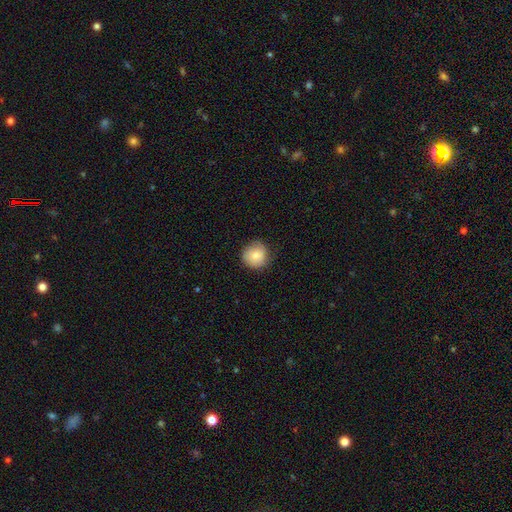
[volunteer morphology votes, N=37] Smooth or featured? smooth (95%)
How rounded? round (97%)
Merging? none (83%)